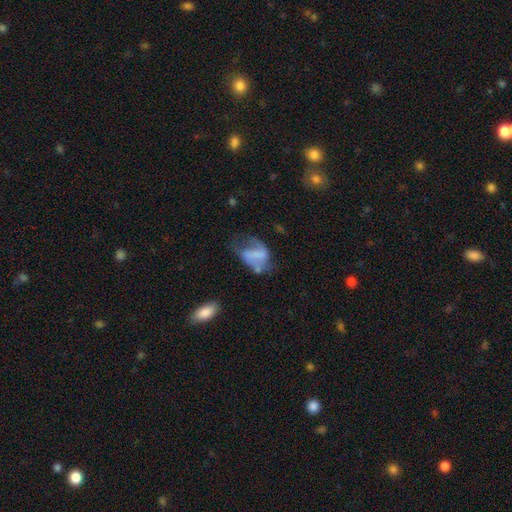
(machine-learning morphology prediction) Q: Smooth or featured?
A: featured or disk (46%); runner-up: smooth (44%)
Q: Merging?
A: major disturbance (37%); runner-up: none (28%)